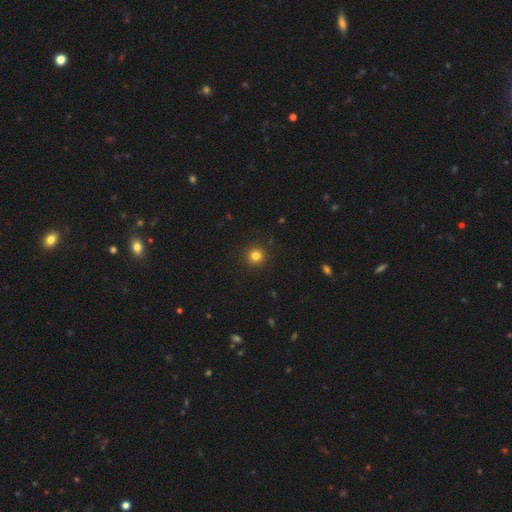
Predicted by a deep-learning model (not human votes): Q: Smooth or featured?
A: smooth (82%); runner-up: star or artifact (13%)
Q: How rounded?
A: round (95%); runner-up: in between (4%)
Q: Merging?
A: none (92%); runner-up: minor disturbance (5%)